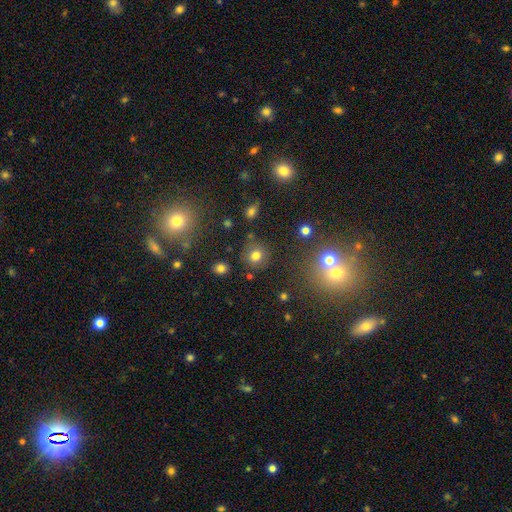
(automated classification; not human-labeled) Smooth or featured?
  - smooth: 75% *
  - star or artifact: 16%
  - featured or disk: 9%
How rounded?
  - round: 85% *
  - in between: 14%
  - cigar-shaped: 1%
Merging?
  - none: 80% *
  - minor disturbance: 11%
  - merger: 5%
  - major disturbance: 4%